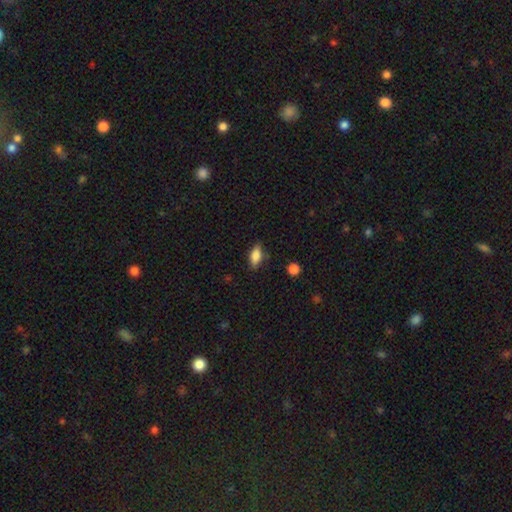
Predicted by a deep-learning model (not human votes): This appears to be a smooth galaxy with no disk features (79%) that is in between round and cigar-shaped (80%). Merging: none (81%).